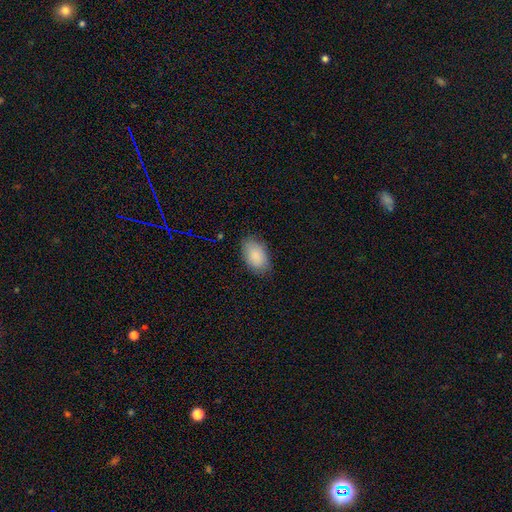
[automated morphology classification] smooth_or_featured: smooth (p=0.88) [alt: star or artifact p=0.07]
how_rounded: in between (p=0.93) [alt: round p=0.05]
merging: none (p=0.82) [alt: minor disturbance p=0.14]